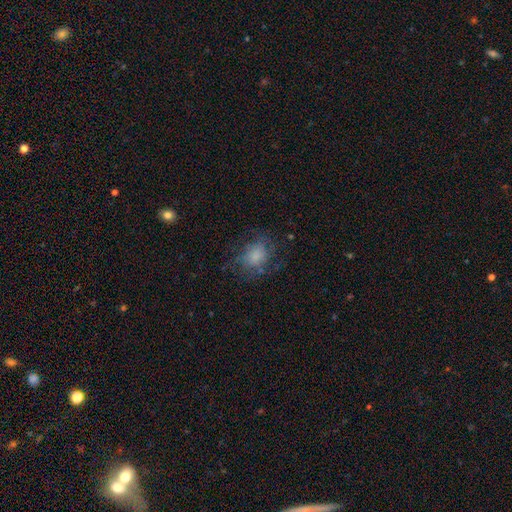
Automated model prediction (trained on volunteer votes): The model was most divided on "how rounded": in between: 56%, round: 43%, cigar-shaped: 1%. More confident: smooth or featured — smooth (59%); merging — none (57%).